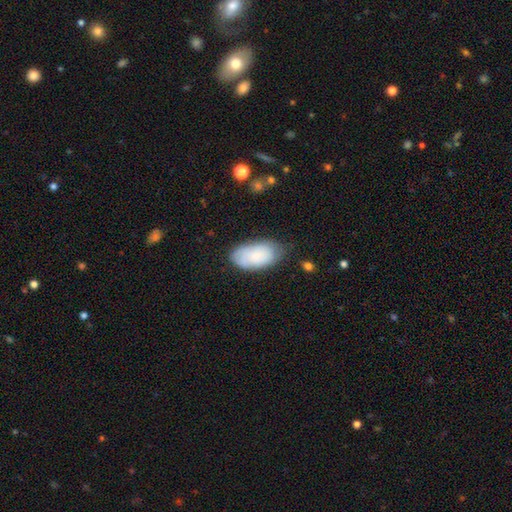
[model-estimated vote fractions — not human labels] smooth_or_featured: smooth (p=0.74) [alt: featured or disk p=0.19]
how_rounded: in between (p=0.95) [alt: round p=0.03]
merging: none (p=0.64) [alt: minor disturbance p=0.27]